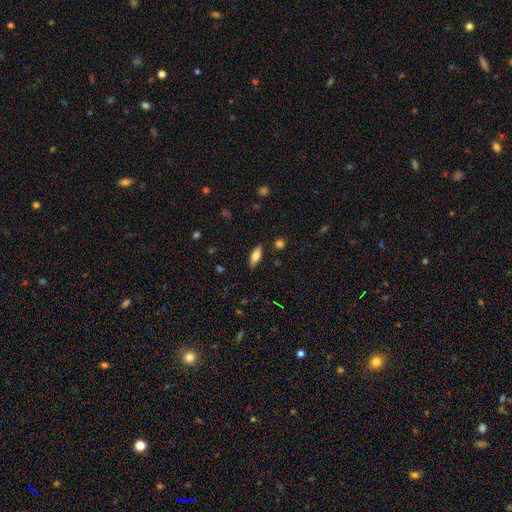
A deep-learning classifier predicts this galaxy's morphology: smooth_or_featured: smooth (p=0.64) [alt: featured or disk p=0.28]
how_rounded: in between (p=0.65) [alt: cigar-shaped p=0.33]
merging: none (p=0.84) [alt: minor disturbance p=0.11]